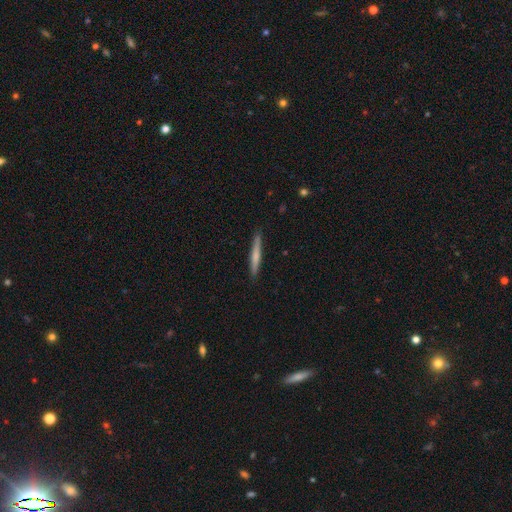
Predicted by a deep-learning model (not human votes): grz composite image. It shows a smooth galaxy with no disk features (58%) that is cigar-shaped (96%). Merging: none (90%).